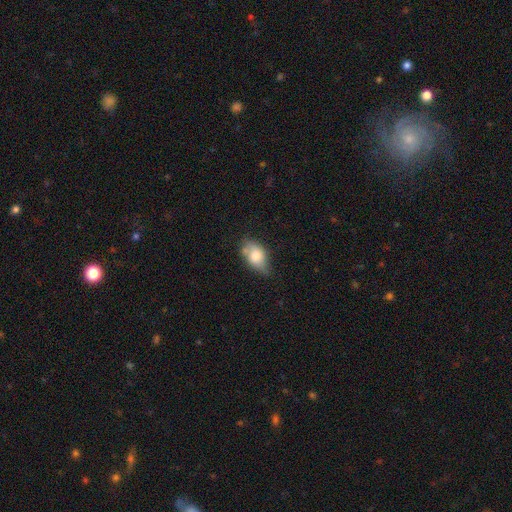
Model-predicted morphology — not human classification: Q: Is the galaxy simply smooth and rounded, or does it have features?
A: smooth — 73%.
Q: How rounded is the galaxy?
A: in between — 88%.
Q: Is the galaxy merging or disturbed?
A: none — 57%.